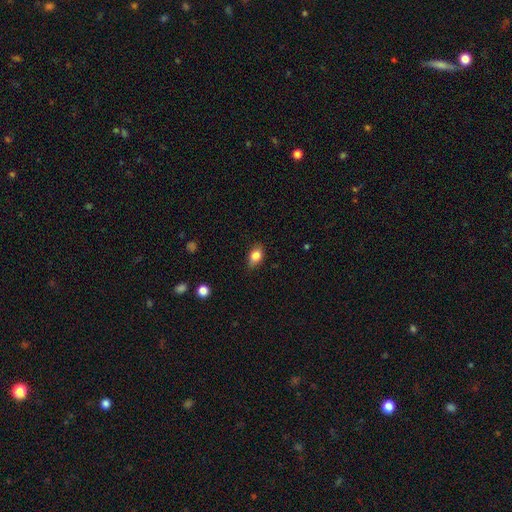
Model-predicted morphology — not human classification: smooth 83%, star or artifact 9%, featured or disk 9%. Down the decision tree: how rounded — in between (79%); merging — none (75%).